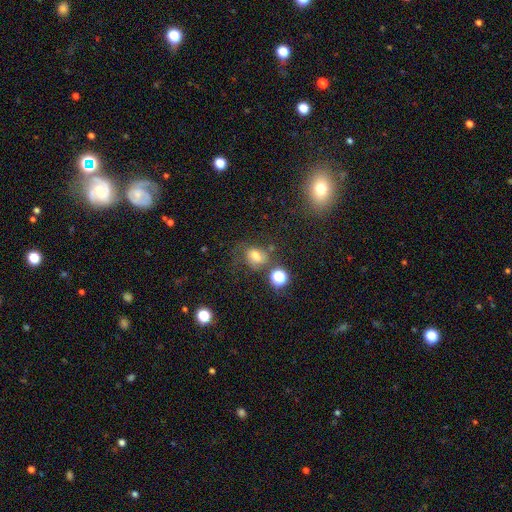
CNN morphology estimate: Overall: smooth (59%; featured or disk 21%). How rounded: in between (55%; round 43%). Merging: none (40%; major disturbance 23%).